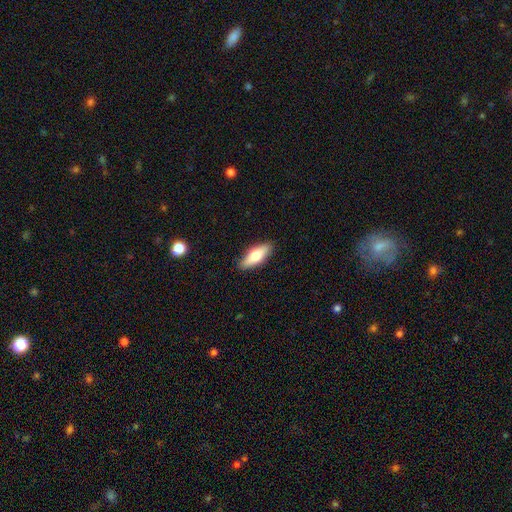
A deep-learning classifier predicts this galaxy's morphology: smooth_or_featured: smooth (p=0.69) [alt: featured or disk p=0.25]
how_rounded: in between (p=0.63) [alt: cigar-shaped p=0.35]
merging: none (p=0.88) [alt: minor disturbance p=0.09]